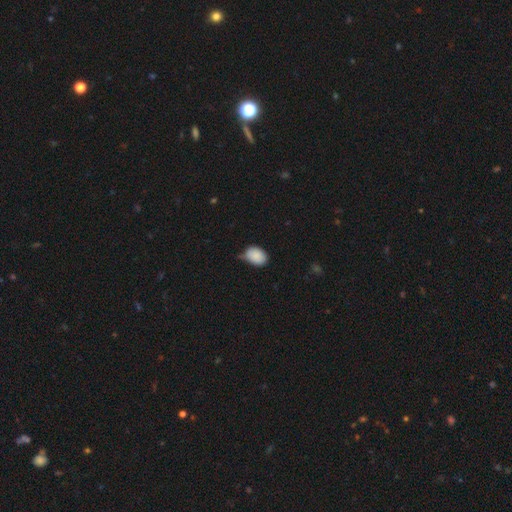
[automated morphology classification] Overall: smooth (88%). How rounded: in between (74%). Merging: none (51%; minor disturbance 38%).